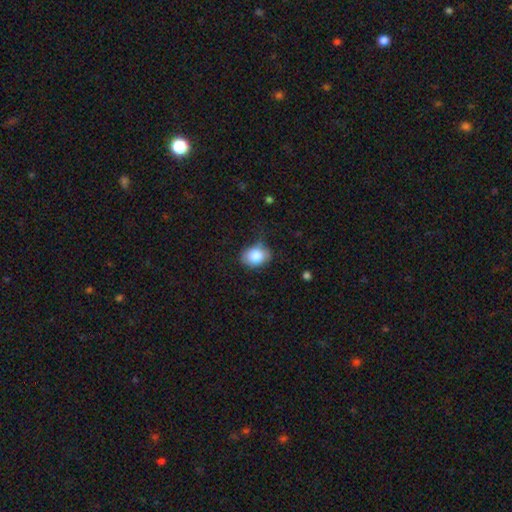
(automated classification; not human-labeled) This is clearly a smooth galaxy (84%). How rounded: likely in between (61%). Merging: likely none (66%).